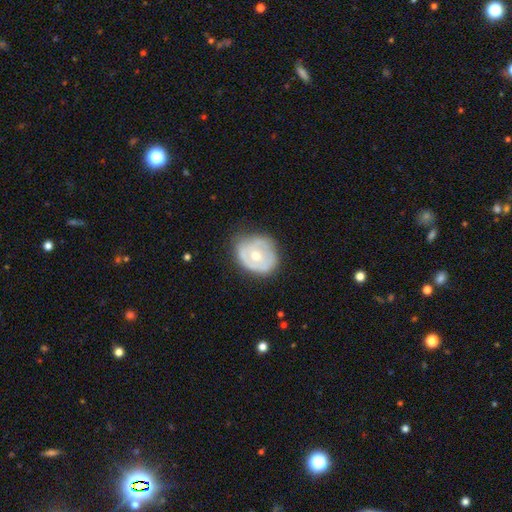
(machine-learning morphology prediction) Smooth or featured: featured or disk — 57% (smooth — 38%)
Edge-on disk: no — 96% (yes — 4%)
Bar: no — 76% (weak — 20%)
Spiral arms: no — 56% (yes — 44%)
Bulge size: moderate — 63% (small — 33%)
Merging: none — 56% (minor disturbance — 31%)